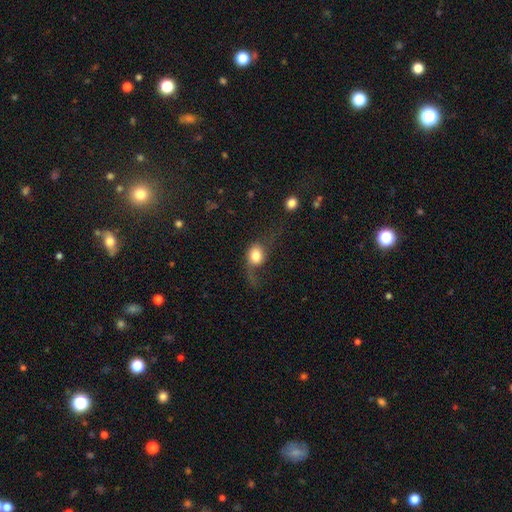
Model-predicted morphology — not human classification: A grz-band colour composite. It shows a smooth galaxy with no disk features (68%) that is round (60%). Merging: major disturbance (43%).